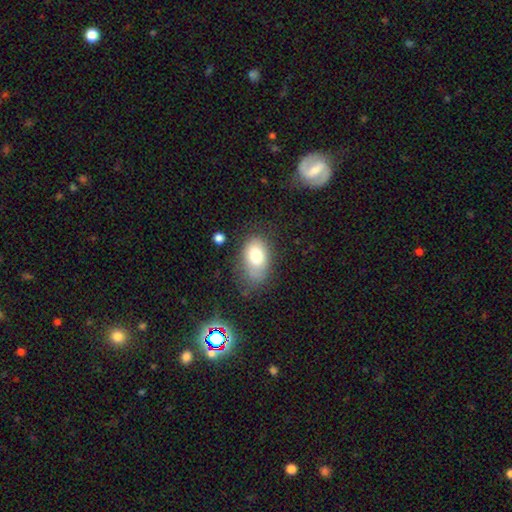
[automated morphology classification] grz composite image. It shows a smooth galaxy with no disk features (76%) that is in between round and cigar-shaped (86%). Merging: none (58%).